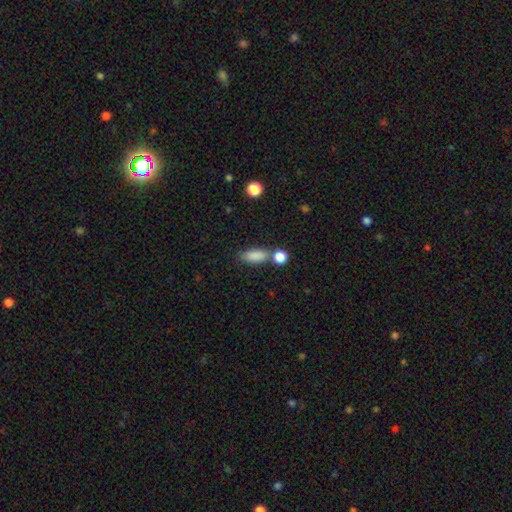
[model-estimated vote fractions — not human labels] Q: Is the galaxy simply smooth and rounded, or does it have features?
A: smooth — 86%.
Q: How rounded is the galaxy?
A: in between — 74%.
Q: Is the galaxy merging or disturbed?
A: none — 61%.